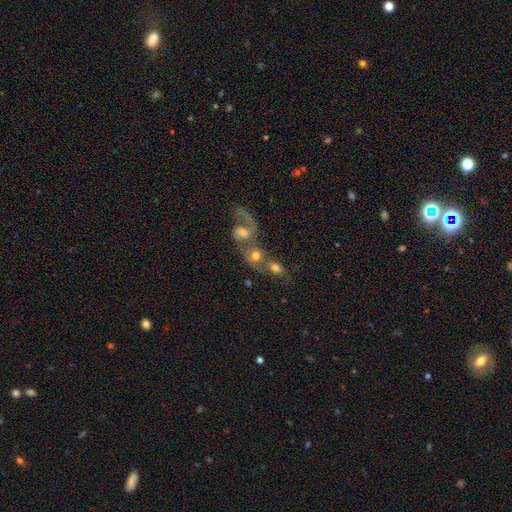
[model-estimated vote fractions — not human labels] smooth-or-featured: featured or disk: 47% | smooth: 39% | star or artifact: 14%
  merging: merger: 75% | none: 13% | major disturbance: 7% | minor disturbance: 5%